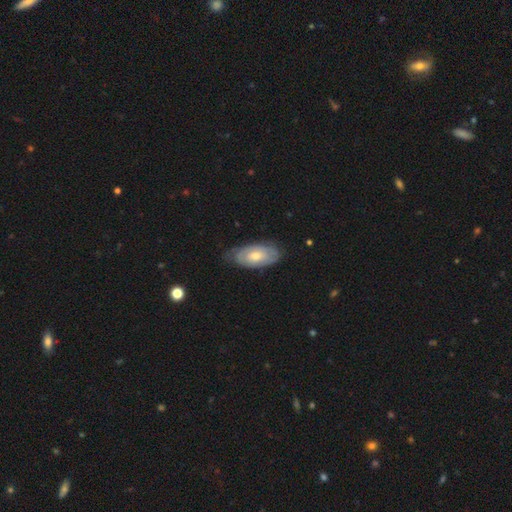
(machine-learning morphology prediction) This appears to be a featured or disk galaxy (54%). Merging: none (72%).